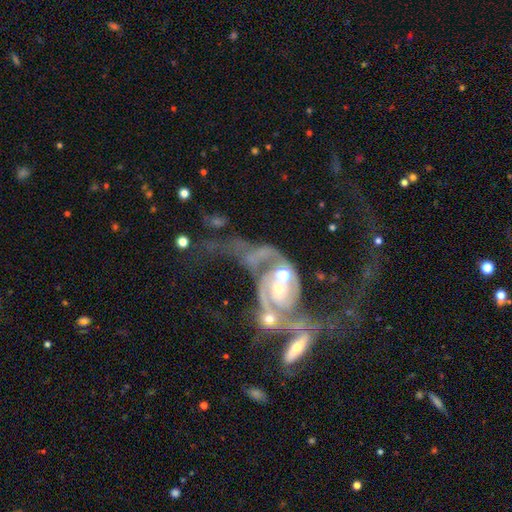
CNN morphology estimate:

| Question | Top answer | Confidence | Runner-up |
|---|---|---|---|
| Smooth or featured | featured or disk | 80% | smooth (10%) |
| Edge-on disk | no | 95% | yes (5%) |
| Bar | no | 67% | weak (23%) |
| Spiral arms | yes | 87% | no (13%) |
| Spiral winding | medium | 39% | loose (35%) |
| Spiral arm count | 2 | 70% | can't tell (14%) |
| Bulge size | moderate | 49% | small (37%) |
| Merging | merger | 59% | major disturbance (20%) |